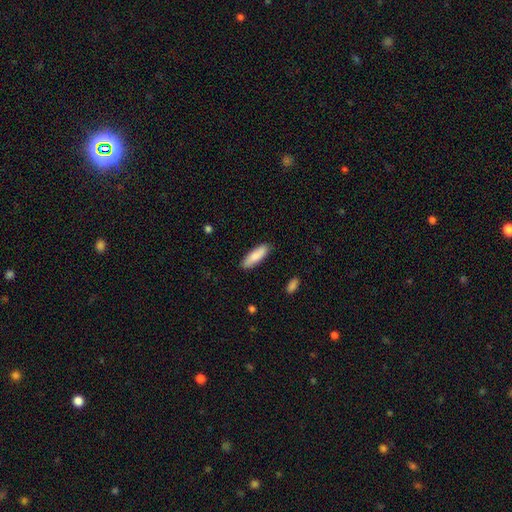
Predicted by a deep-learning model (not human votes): Smooth or featured? Predicted: smooth (p=0.84). How rounded? Predicted: in between (p=0.50). Merging? Predicted: none (p=0.88).